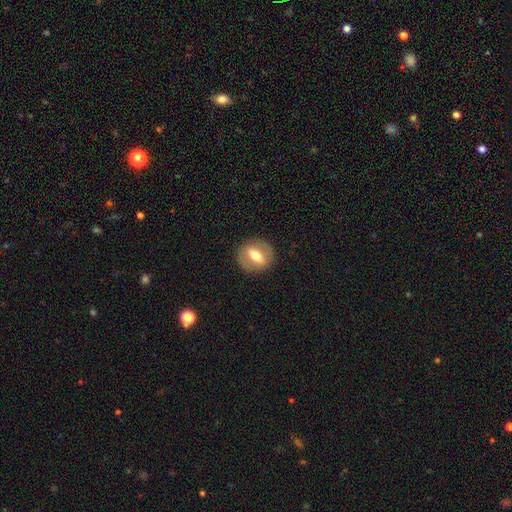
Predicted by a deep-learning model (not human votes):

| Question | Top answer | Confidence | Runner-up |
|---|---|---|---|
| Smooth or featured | featured or disk | 50% | smooth (43%) |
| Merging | none | 87% | minor disturbance (8%) |